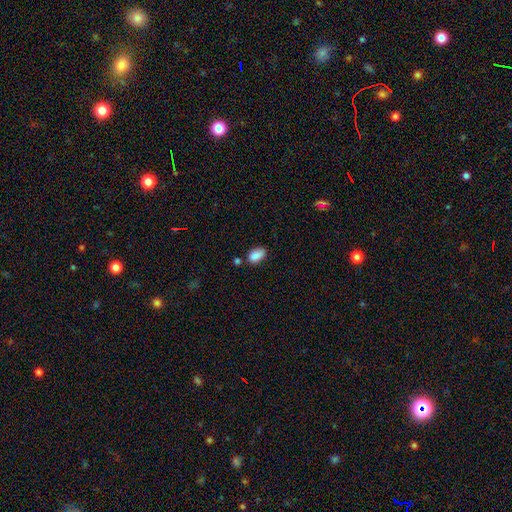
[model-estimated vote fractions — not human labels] Smooth or featured?
  - smooth: 86% *
  - star or artifact: 9%
  - featured or disk: 5%
How rounded?
  - in between: 88% *
  - round: 10%
  - cigar-shaped: 2%
Merging?
  - none: 66% *
  - minor disturbance: 21%
  - merger: 9%
  - major disturbance: 4%